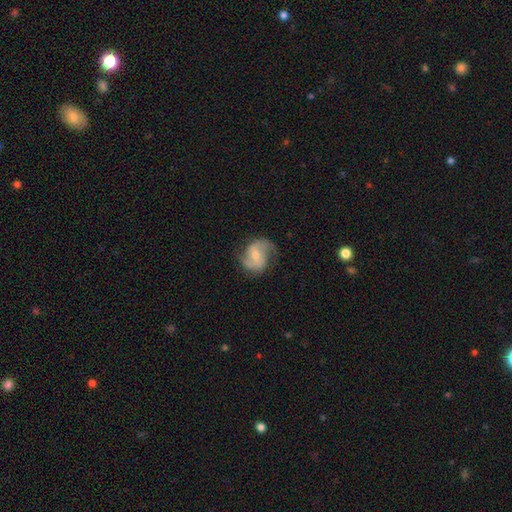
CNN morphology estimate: Overall: featured or disk (79%). Edge-on disk: no (98%). Bar: weak (45%; no 42%). Spiral arms: yes (95%). Spiral arm count: 2 (88%). Spiral winding: medium (50%; loose 32%). Bulge size: small (49%; moderate 43%). Merging: none (71%).